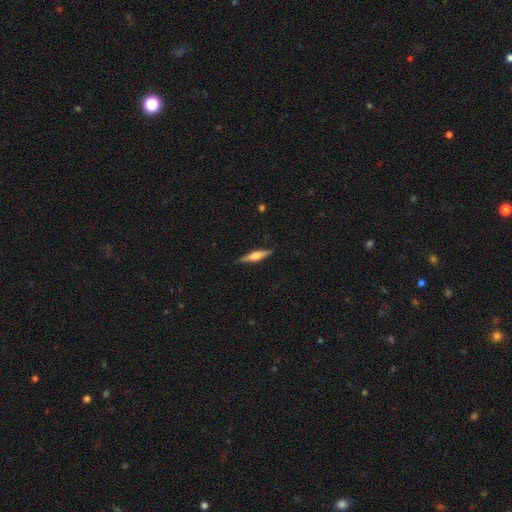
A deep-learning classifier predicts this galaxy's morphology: Overall: featured or disk (64%; smooth 30%). Edge-on disk: yes (97%). Edge-on bulge: rounded (85%). Merging: none (89%).